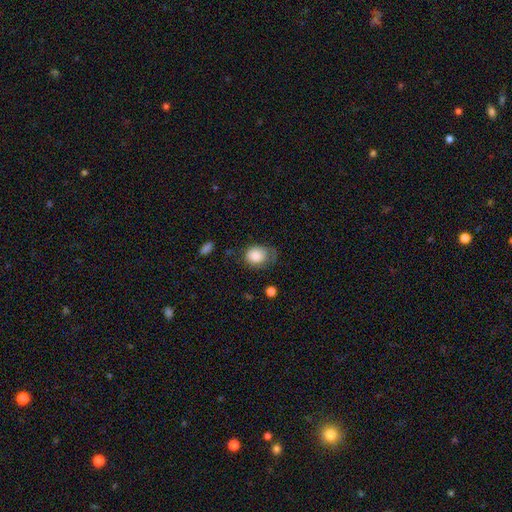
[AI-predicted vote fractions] Smooth or featured: smooth — 82% (featured or disk — 11%)
How rounded: round — 52% (in between — 47%)
Merging: none — 42% (minor disturbance — 34%)